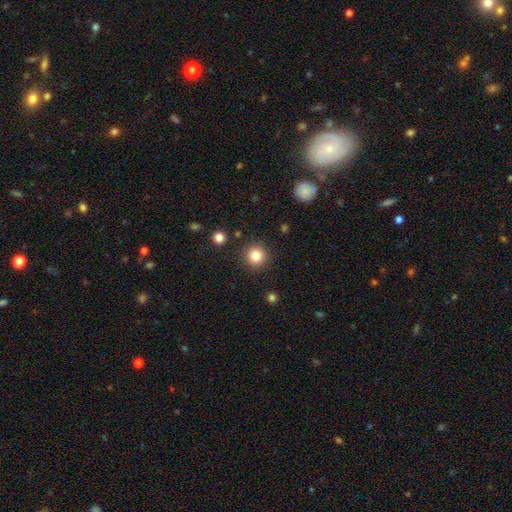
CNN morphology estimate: smooth-or-featured: smooth: 83% | star or artifact: 11% | featured or disk: 6%
  how-rounded: round: 94% | in between: 5% | cigar-shaped: 1%
  merging: none: 90% | minor disturbance: 6% | major disturbance: 2% | merger: 2%